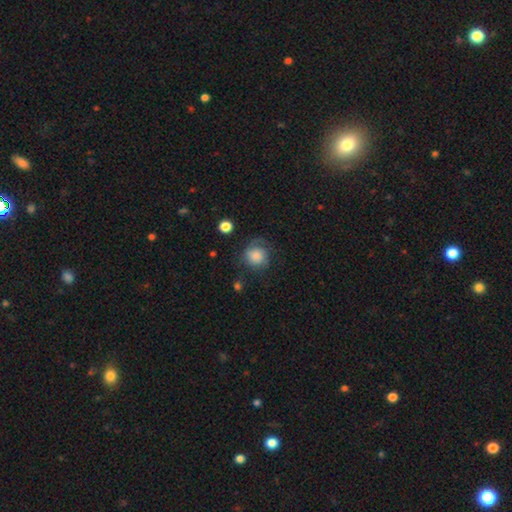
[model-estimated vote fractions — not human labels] Smooth or featured?
  - smooth: 65% *
  - featured or disk: 26%
  - star or artifact: 9%
How rounded?
  - round: 83% *
  - in between: 16%
  - cigar-shaped: 1%
Merging?
  - none: 56% *
  - minor disturbance: 24%
  - major disturbance: 18%
  - merger: 2%